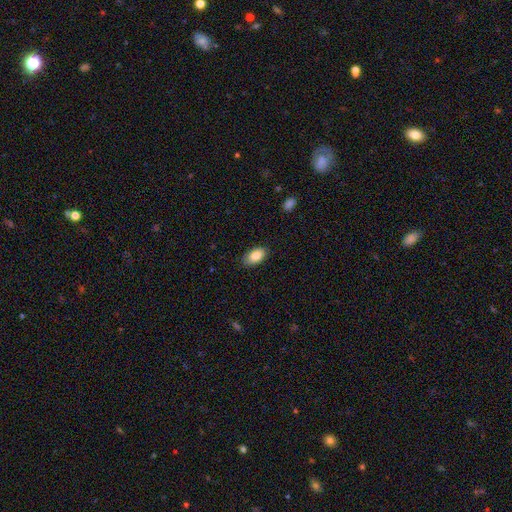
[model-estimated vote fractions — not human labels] This is clearly a smooth galaxy (86%). How rounded: clearly in between (93%). Merging: clearly none (86%).